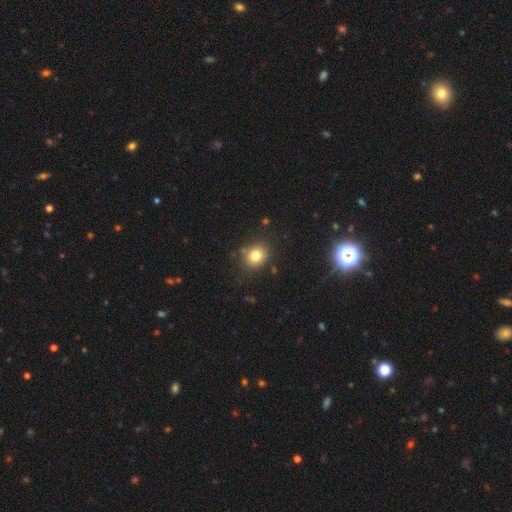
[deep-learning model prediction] Smooth or featured? Predicted: smooth (p=0.80). How rounded? Predicted: round (p=0.67). Merging? Predicted: none (p=0.83).